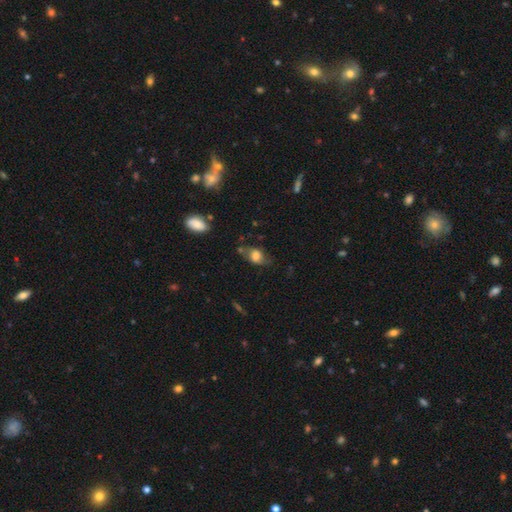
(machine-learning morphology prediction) smooth-or-featured: smooth: 62% | featured or disk: 29% | star or artifact: 9%
  how-rounded: in between: 79% | round: 18% | cigar-shaped: 3%
  merging: none: 54% | minor disturbance: 29% | major disturbance: 13% | merger: 5%